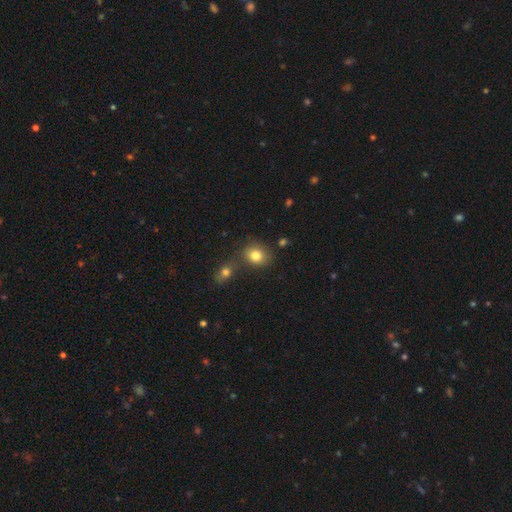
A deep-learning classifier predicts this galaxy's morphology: Overall: smooth (81%). How rounded: round (57%; in between 42%). Merging: none (64%).